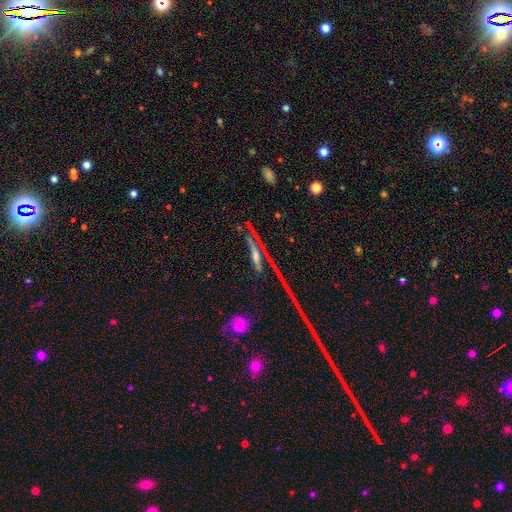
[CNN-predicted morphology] featured or disk 60%, star or artifact 23%, smooth 17%. Down the decision tree: edge-on disk — yes (76%); merging — none (70%).